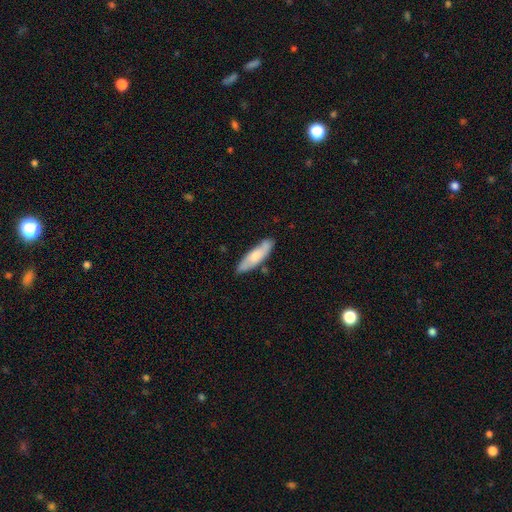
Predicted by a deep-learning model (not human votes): A smooth galaxy with no disk features (66%) that is cigar-shaped (61%). Merging: none (79%).